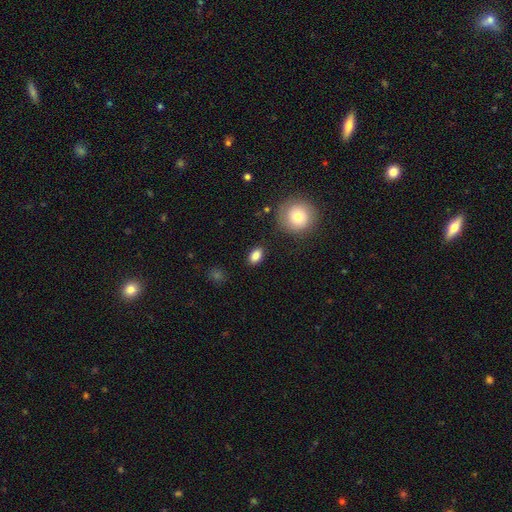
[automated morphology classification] Smooth or featured?
  - smooth: 86% *
  - star or artifact: 8%
  - featured or disk: 6%
How rounded?
  - in between: 84% *
  - round: 14%
  - cigar-shaped: 2%
Merging?
  - none: 87% *
  - minor disturbance: 9%
  - major disturbance: 3%
  - merger: 2%